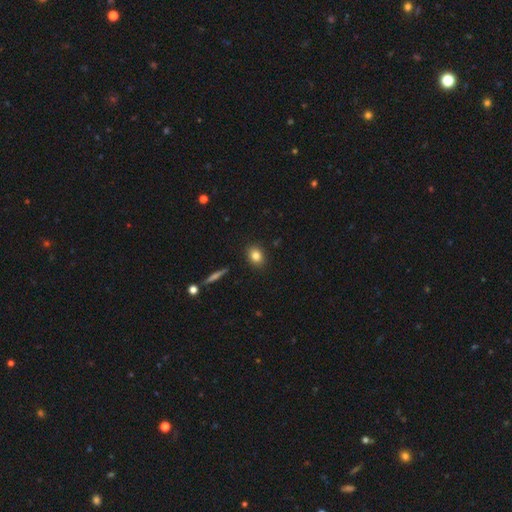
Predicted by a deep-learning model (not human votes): Overall: smooth (82%). How rounded: in between (53%; round 45%). Merging: none (89%).